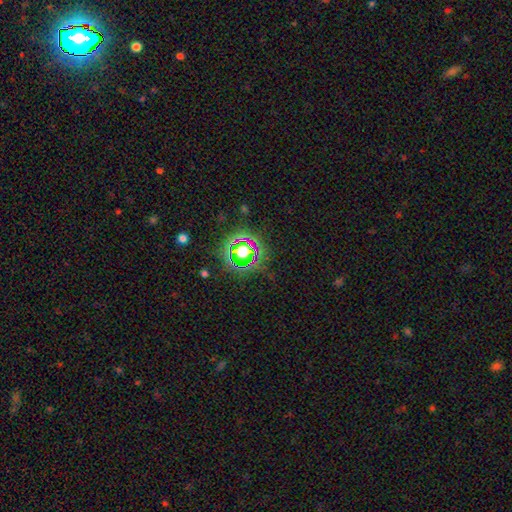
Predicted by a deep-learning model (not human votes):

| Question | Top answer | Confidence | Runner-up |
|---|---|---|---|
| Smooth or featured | star or artifact | 79% | smooth (14%) |